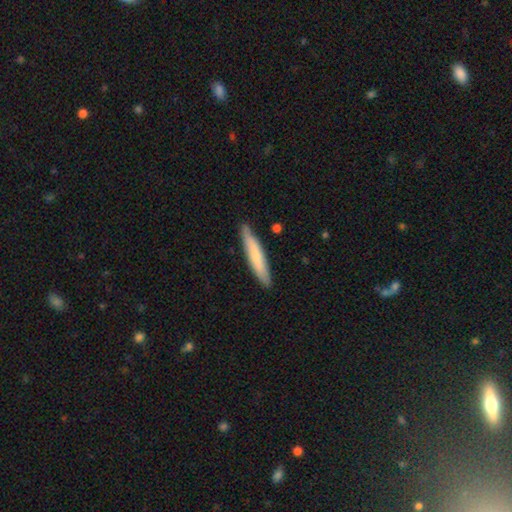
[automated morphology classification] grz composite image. It shows a smooth galaxy with no disk features (68%) that is cigar-shaped (91%). Merging: none (86%).